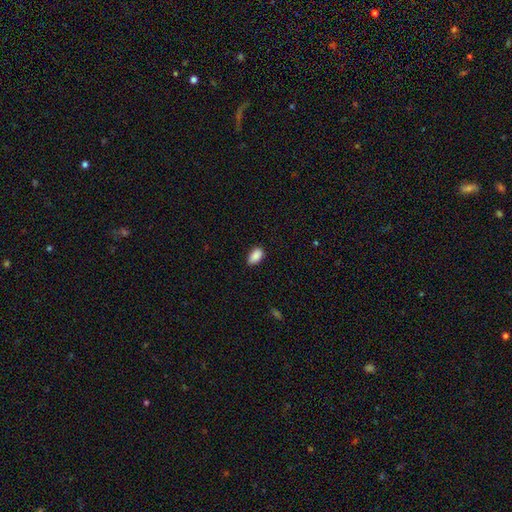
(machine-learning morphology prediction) This appears to be a smooth galaxy with no disk features (90%) that is in between round and cigar-shaped (93%). Merging: none (83%).